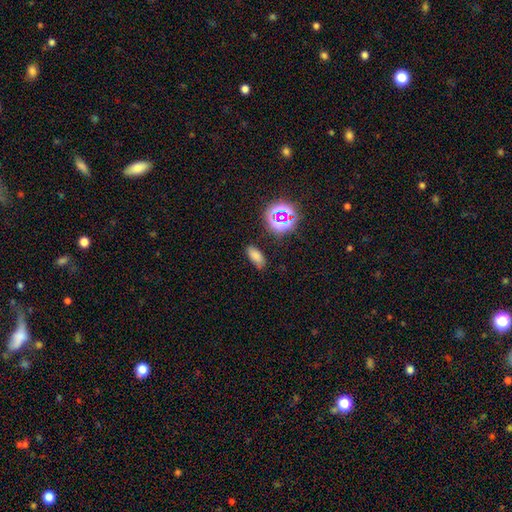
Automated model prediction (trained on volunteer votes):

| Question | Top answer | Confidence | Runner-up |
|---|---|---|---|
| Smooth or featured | smooth | 74% | star or artifact (19%) |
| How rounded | in between | 86% | cigar-shaped (9%) |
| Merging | none | 82% | minor disturbance (12%) |